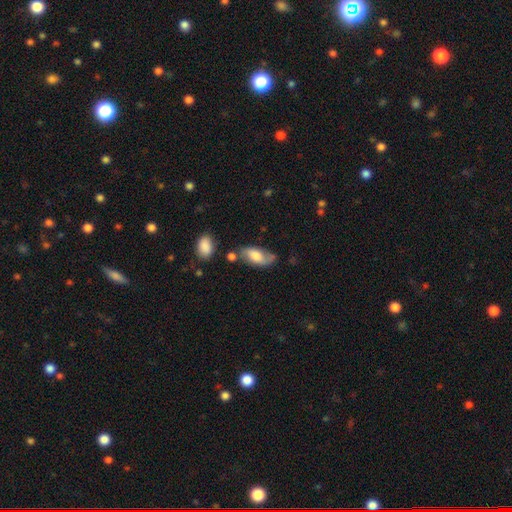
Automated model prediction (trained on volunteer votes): A smooth galaxy with no disk features (57%) that is in between round and cigar-shaped (88%).

Vote fractions:
- Smooth or featured? smooth: 57% / featured or disk: 36% / star or artifact: 7%
- How rounded? in between: 88% / cigar-shaped: 8% / round: 4%
- Merging? none: 57% / minor disturbance: 26% / merger: 9% / major disturbance: 8%